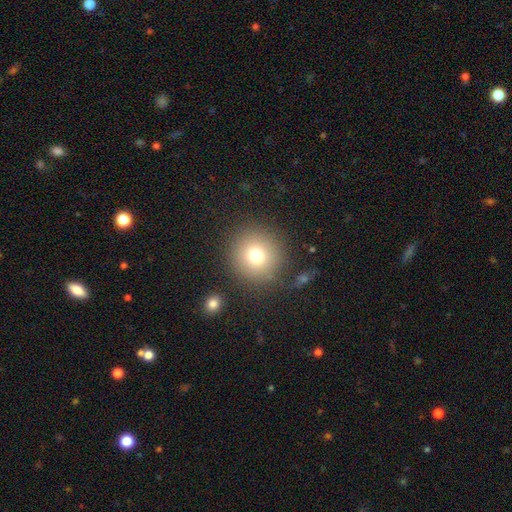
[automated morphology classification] type=smooth (75%); roundness=round (94%); merging=none (85%).